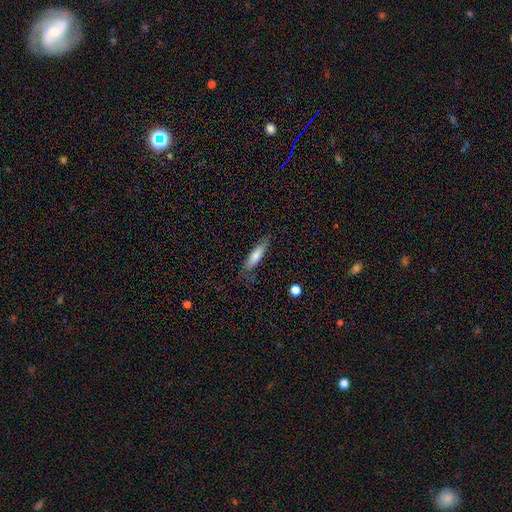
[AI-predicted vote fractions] Overall: smooth (70%). How rounded: cigar-shaped (78%). Merging: none (76%).